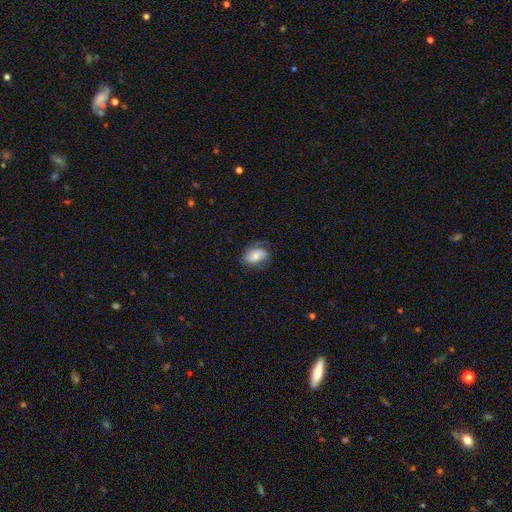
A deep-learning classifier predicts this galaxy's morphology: smooth 57%, featured or disk 34%, star or artifact 9%. Down the decision tree: how rounded — in between (83%); merging — none (64%).